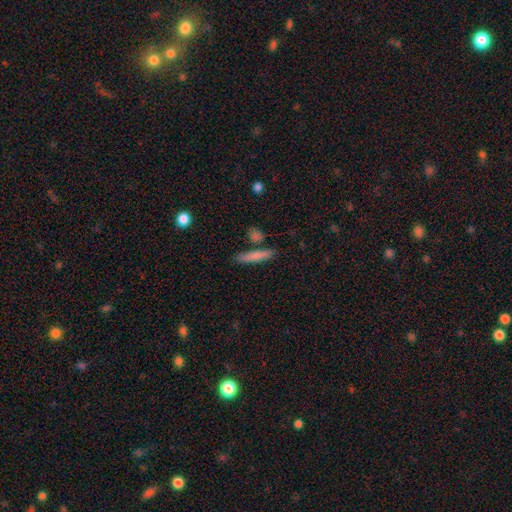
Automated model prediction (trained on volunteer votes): Smooth or featured? smooth (77%)
How rounded? cigar-shaped (90%)
Merging? none (81%)